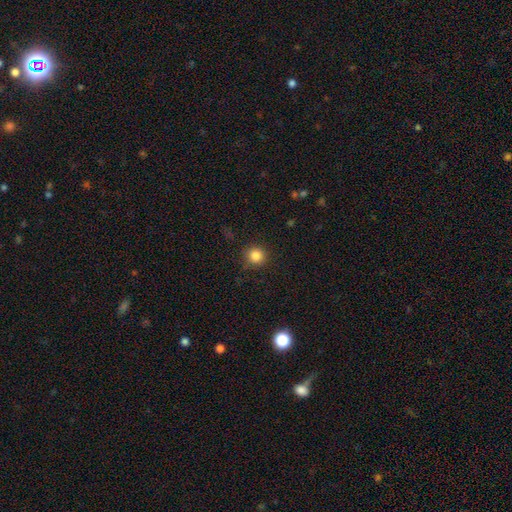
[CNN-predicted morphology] Smooth or featured?
  - smooth: 85% *
  - star or artifact: 11%
  - featured or disk: 4%
How rounded?
  - round: 94% *
  - in between: 5%
  - cigar-shaped: 1%
Merging?
  - none: 89% *
  - minor disturbance: 8%
  - major disturbance: 3%
  - merger: 1%